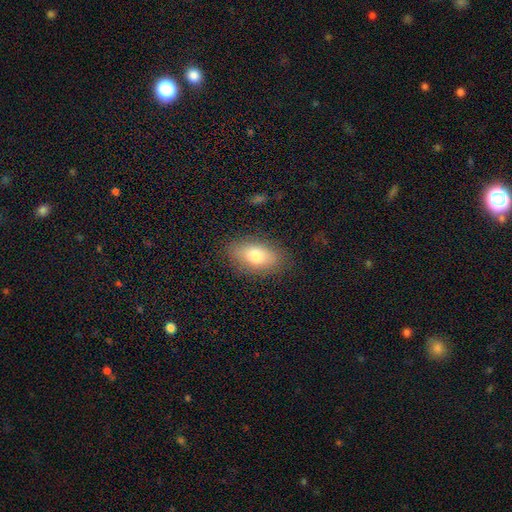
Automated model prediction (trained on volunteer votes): smooth 77%, featured or disk 16%, star or artifact 8%. Down the decision tree: how rounded — in between (90%); merging — none (82%).